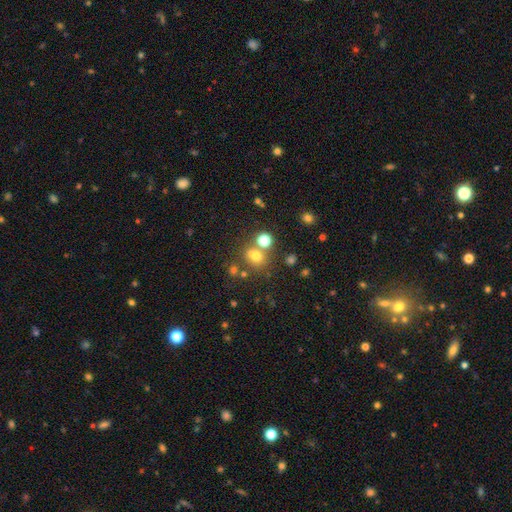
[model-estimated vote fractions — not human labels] Smooth or featured? Predicted: smooth (p=0.67). How rounded? Predicted: round (p=0.68). Merging? Predicted: none (p=0.58).